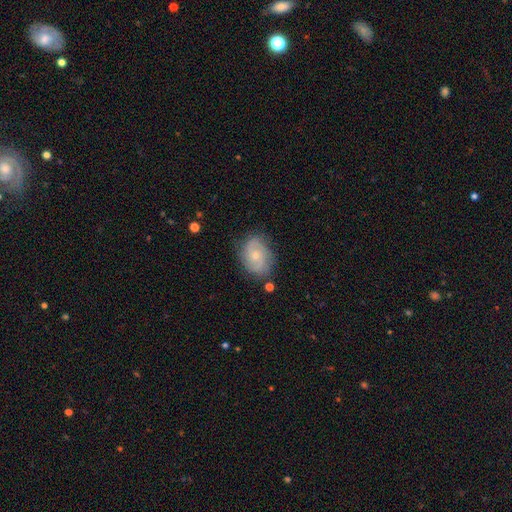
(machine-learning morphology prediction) Smooth or featured? featured or disk (66%)
Edge-on disk? no (97%)
Bar? no (67%)
Spiral arms? yes (90%)
Spiral winding? medium (44%)
Spiral arm count? 2 (60%)
Bulge size? small (58%)
Merging? none (75%)